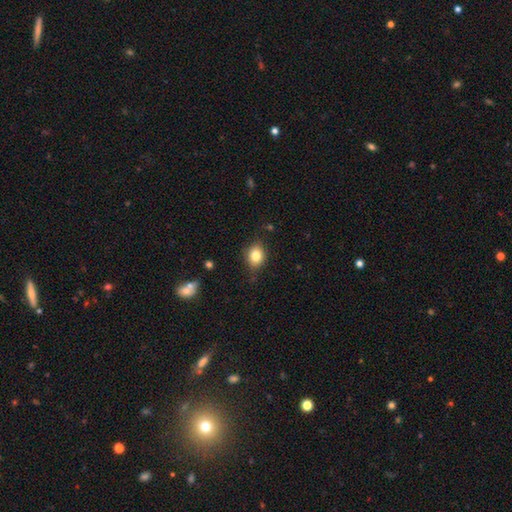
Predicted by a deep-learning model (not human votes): This is clearly a smooth galaxy (81%). How rounded: possibly in between (56%). Merging: clearly none (80%).